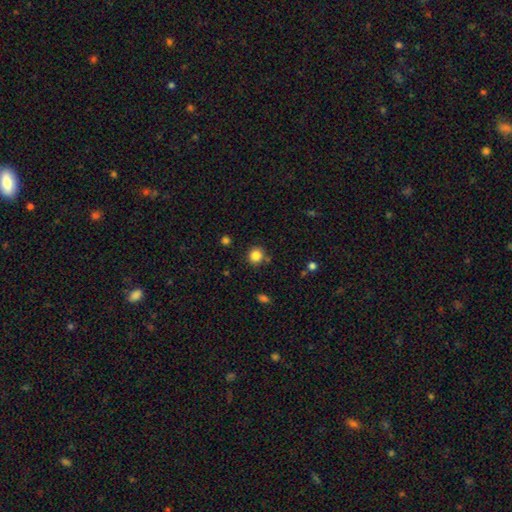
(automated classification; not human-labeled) Morphology: type=smooth (84%); roundness=round (91%); merging=none (84%).